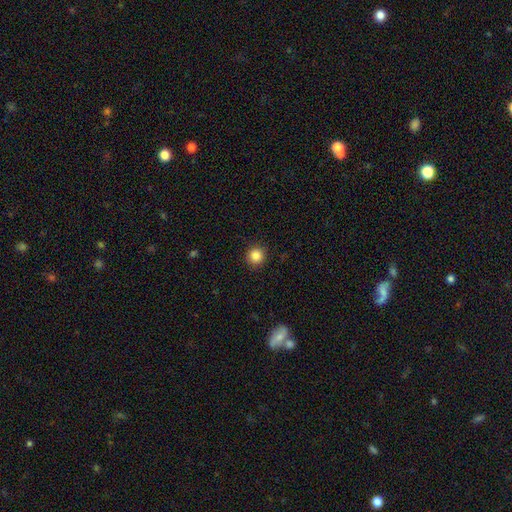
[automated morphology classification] Overall: smooth (85%). How rounded: round (93%). Merging: none (92%).